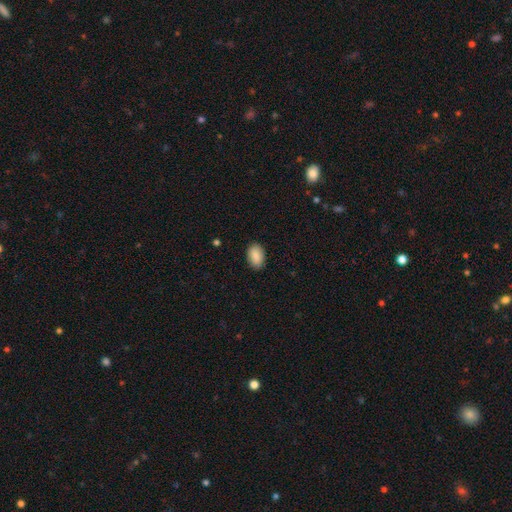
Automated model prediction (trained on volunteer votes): smooth_or_featured: smooth (p=0.90) [alt: star or artifact p=0.06]
how_rounded: in between (p=0.92) [alt: round p=0.07]
merging: none (p=0.88) [alt: minor disturbance p=0.09]